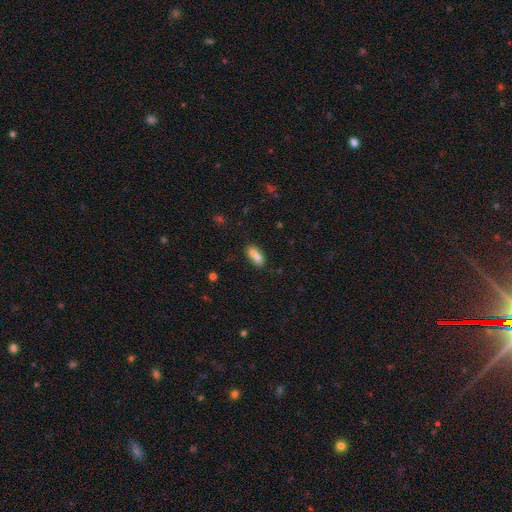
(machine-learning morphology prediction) A smooth galaxy with no disk features (74%) that is in between round and cigar-shaped (79%). Merging: merger (46%).